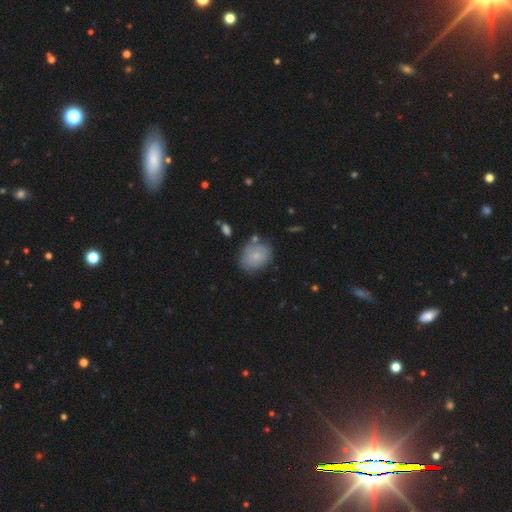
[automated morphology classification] A smooth galaxy with no disk features (71%) that is in between round and cigar-shaped (51%).

Vote fractions:
- Smooth or featured? smooth: 71% / featured or disk: 21% / star or artifact: 8%
- How rounded? in between: 51% / round: 48% / cigar-shaped: 1%
- Merging? none: 70% / minor disturbance: 20% / major disturbance: 5% / merger: 5%